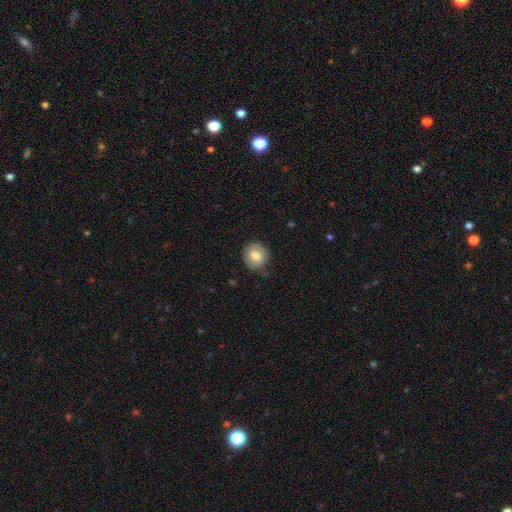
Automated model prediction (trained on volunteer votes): A smooth galaxy with no disk features (75%) that is round (85%).

Vote fractions:
- Smooth or featured? smooth: 75% / featured or disk: 18% / star or artifact: 8%
- How rounded? round: 85% / in between: 14% / cigar-shaped: 1%
- Merging? none: 82% / minor disturbance: 14% / major disturbance: 3% / merger: 1%